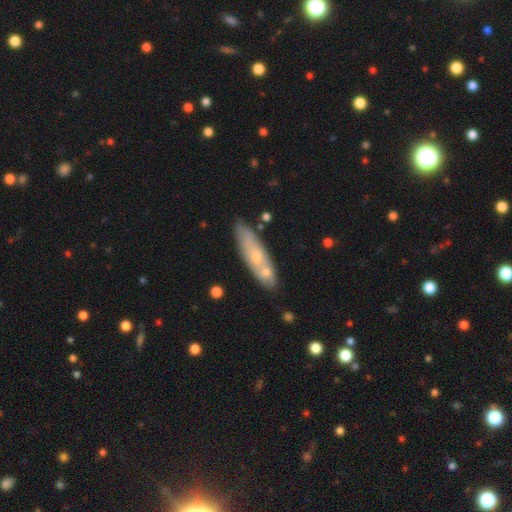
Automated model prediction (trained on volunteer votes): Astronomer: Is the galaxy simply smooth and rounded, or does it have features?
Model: smooth — 51% (runner-up: featured or disk, 42%).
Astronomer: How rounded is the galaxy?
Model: cigar-shaped — 68%.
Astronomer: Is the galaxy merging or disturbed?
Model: none — 67%.